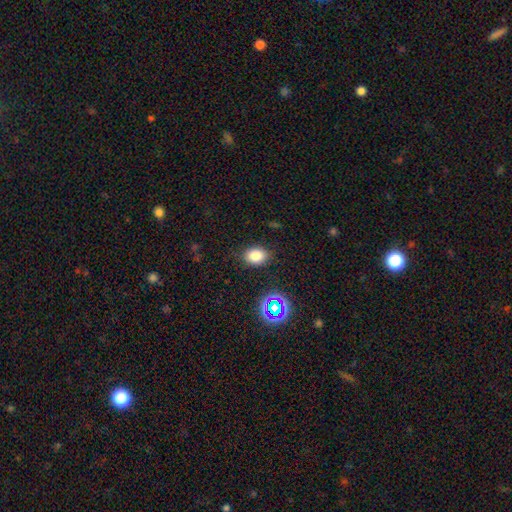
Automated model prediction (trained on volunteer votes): Morphology: type=smooth (80%); roundness=in between (69%); merging=none (84%).